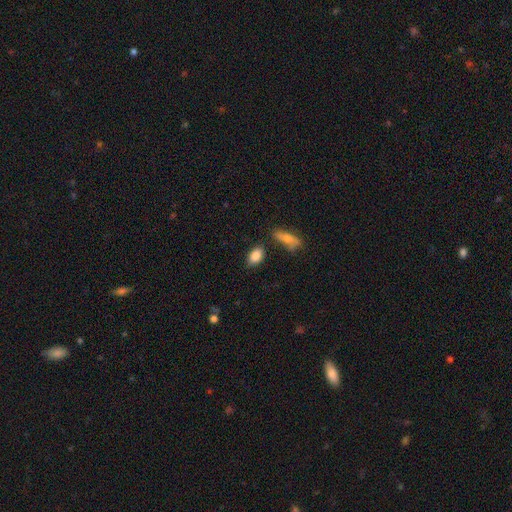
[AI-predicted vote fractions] Smooth or featured? smooth (86%)
How rounded? in between (90%)
Merging? none (79%)